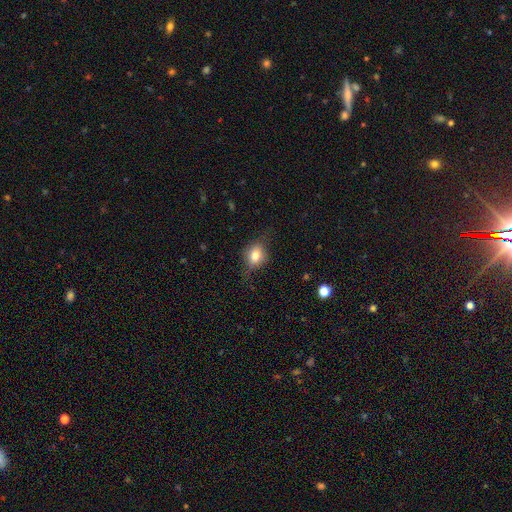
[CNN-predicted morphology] This is likely a smooth galaxy (72%). How rounded: possibly in between (51%). Merging: likely none (66%).